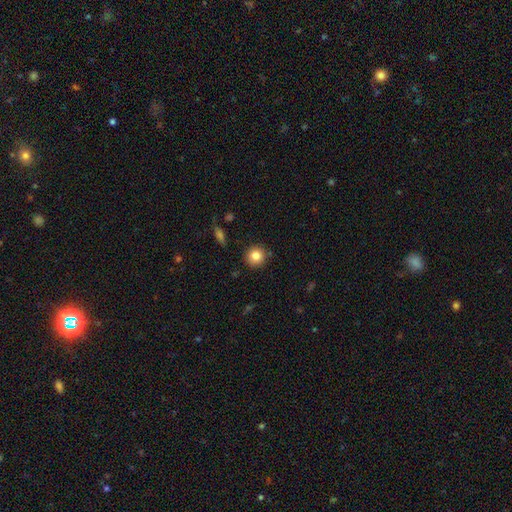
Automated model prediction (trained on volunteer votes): Smooth or featured?
  - smooth: 83% *
  - star or artifact: 10%
  - featured or disk: 7%
How rounded?
  - round: 93% *
  - in between: 6%
  - cigar-shaped: 1%
Merging?
  - none: 90% *
  - minor disturbance: 7%
  - major disturbance: 2%
  - merger: 2%